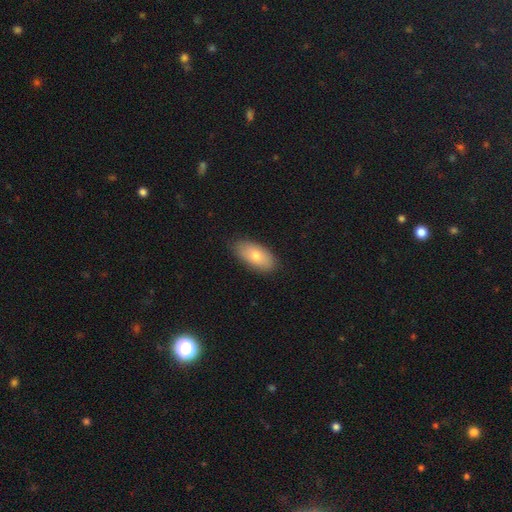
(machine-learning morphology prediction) A smooth galaxy with no disk features (76%) that is in between round and cigar-shaped (91%).

Vote fractions:
- Smooth or featured? smooth: 76% / featured or disk: 18% / star or artifact: 7%
- How rounded? in between: 91% / cigar-shaped: 6% / round: 3%
- Merging? none: 84% / minor disturbance: 13% / major disturbance: 2% / merger: 1%